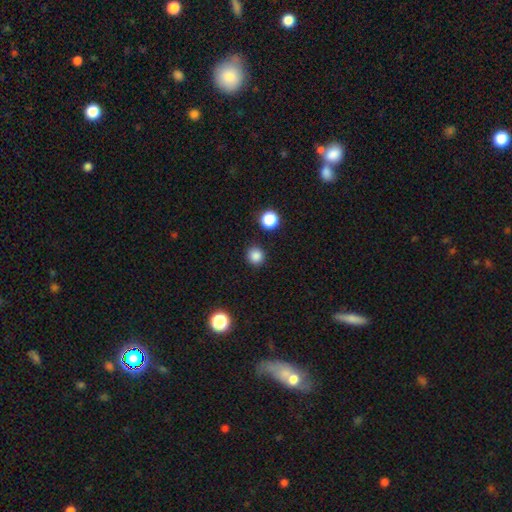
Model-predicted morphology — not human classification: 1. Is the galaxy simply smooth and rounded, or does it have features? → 84% smooth, 12% star or artifact, 3% featured or disk.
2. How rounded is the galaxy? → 92% round, 7% in between, 1% cigar-shaped.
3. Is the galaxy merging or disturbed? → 89% none, 6% minor disturbance, 2% major disturbance, 2% merger.